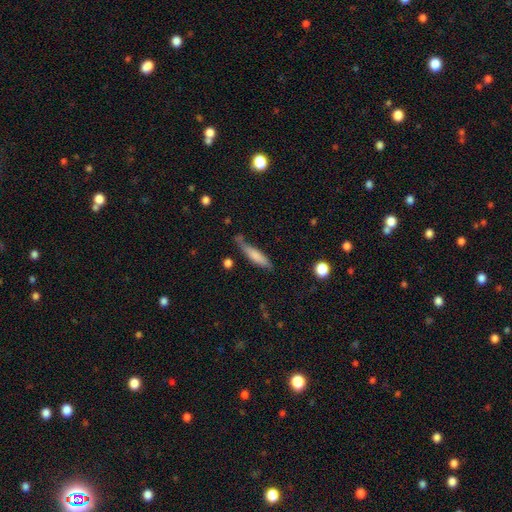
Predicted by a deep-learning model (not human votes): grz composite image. It shows a smooth galaxy with no disk features (70%) that is cigar-shaped (81%). Merging: none (60%).